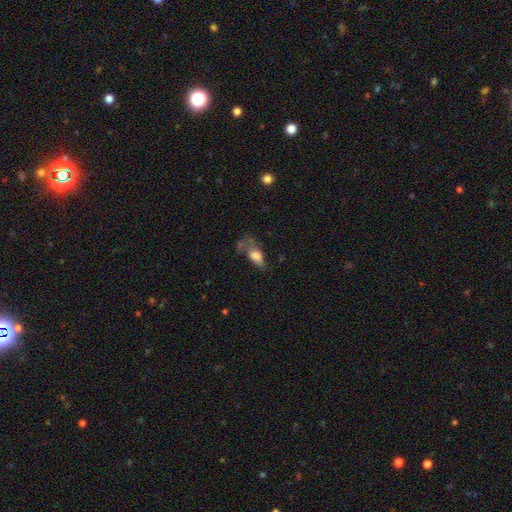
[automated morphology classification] Q: Smooth or featured?
A: smooth (68%); runner-up: featured or disk (22%)
Q: How rounded?
A: in between (85%); runner-up: cigar-shaped (8%)
Q: Merging?
A: major disturbance (43%); runner-up: none (24%)